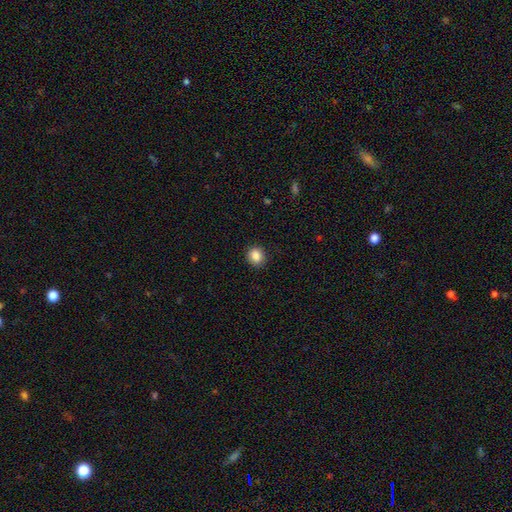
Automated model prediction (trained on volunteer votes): Morphology: type=smooth (87%); roundness=round (76%); merging=none (90%).